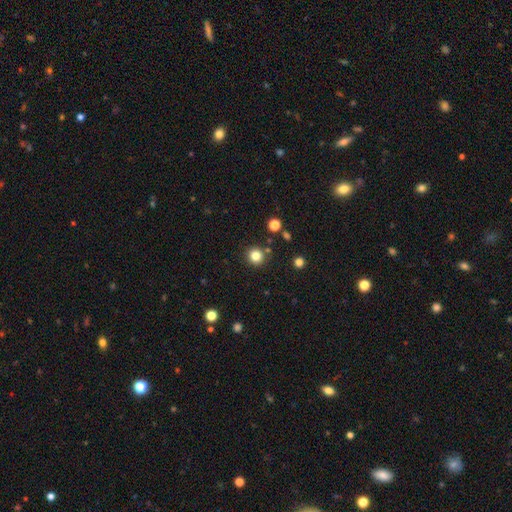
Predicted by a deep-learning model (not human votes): smooth-or-featured: smooth: 82% | star or artifact: 13% | featured or disk: 5%
  how-rounded: round: 94% | in between: 5% | cigar-shaped: 1%
  merging: none: 89% | minor disturbance: 6% | merger: 3% | major disturbance: 2%